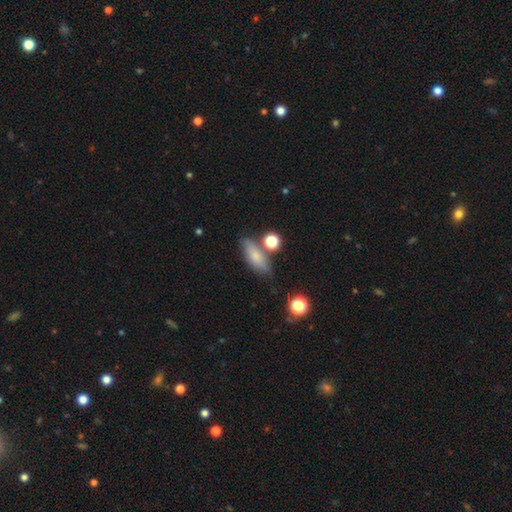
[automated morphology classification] Smooth or featured: smooth — 74% (featured or disk — 17%)
How rounded: in between — 68% (cigar-shaped — 24%)
Merging: none — 66% (minor disturbance — 17%)